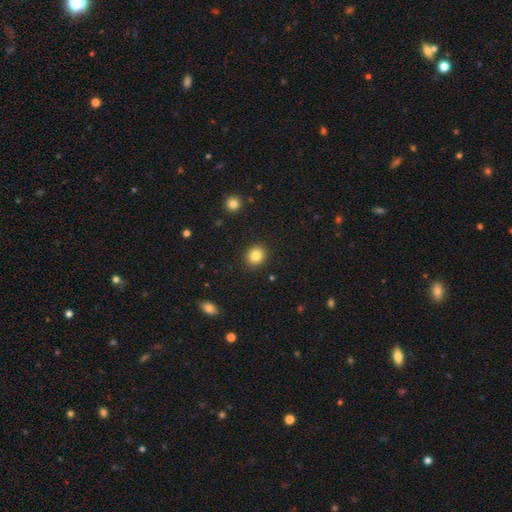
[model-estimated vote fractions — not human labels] This appears to be a smooth galaxy with no disk features (84%) that is round (74%). Merging: none (91%).